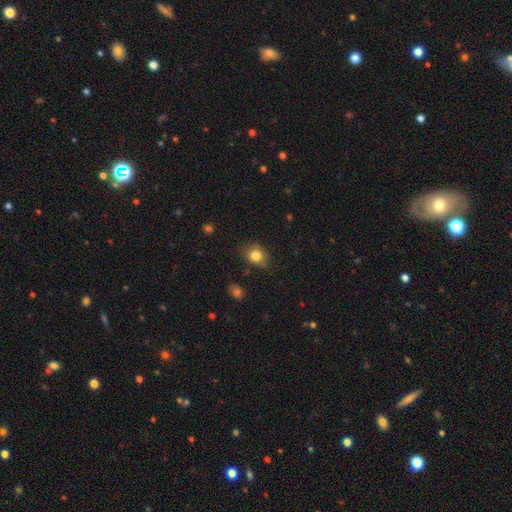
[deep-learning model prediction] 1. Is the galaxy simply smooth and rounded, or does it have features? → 81% smooth, 10% star or artifact, 9% featured or disk.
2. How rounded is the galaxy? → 60% round, 39% in between, 1% cigar-shaped.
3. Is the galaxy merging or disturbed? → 71% none, 22% minor disturbance, 5% major disturbance, 2% merger.